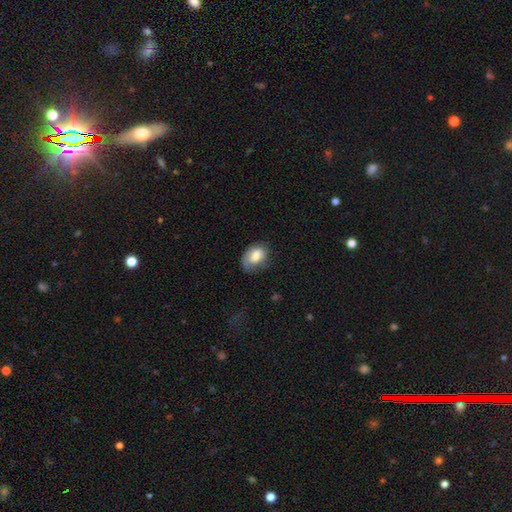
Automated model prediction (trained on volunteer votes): smooth 75%, featured or disk 18%, star or artifact 7%. Down the decision tree: how rounded — in between (80%); merging — none (50%).